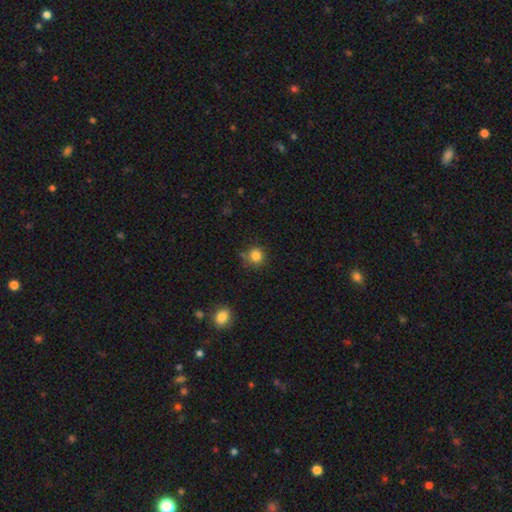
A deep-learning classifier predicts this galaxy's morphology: Smooth or featured? Predicted: smooth (p=0.83). How rounded? Predicted: round (p=0.90). Merging? Predicted: none (p=0.76).